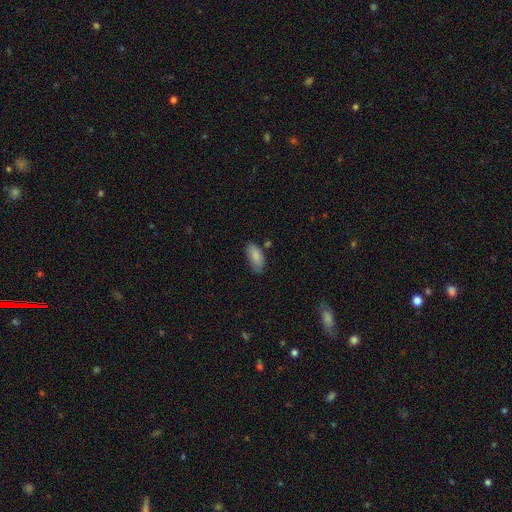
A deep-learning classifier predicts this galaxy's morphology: smooth_or_featured: smooth (p=0.86) [alt: featured or disk p=0.08]
how_rounded: in between (p=0.91) [alt: cigar-shaped p=0.07]
merging: none (p=0.69) [alt: minor disturbance p=0.22]